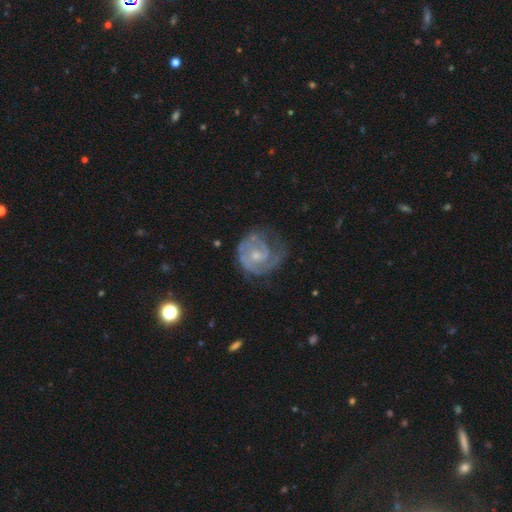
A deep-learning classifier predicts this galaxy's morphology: This appears to be a featured or disk galaxy (82%) with no bar (66%), 2 (44%) tight (57%) spiral arms (93%) and a small central bulge (56%). Merging: none (54%).